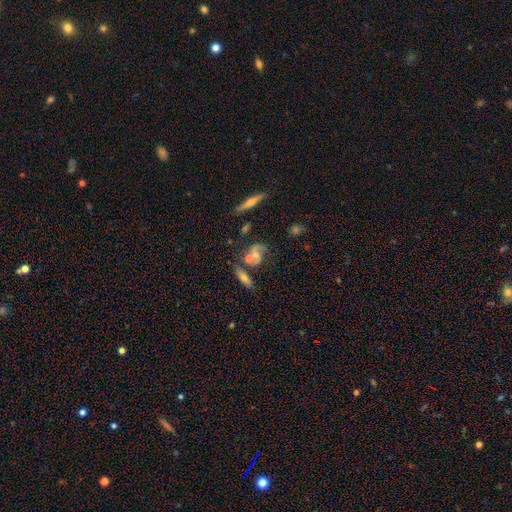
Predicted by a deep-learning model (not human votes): smooth_or_featured: featured or disk (p=0.56) [alt: smooth p=0.28]
disk_edge_on: no (p=0.72) [alt: yes p=0.28]
merging: none (p=0.51) [alt: merger p=0.22]